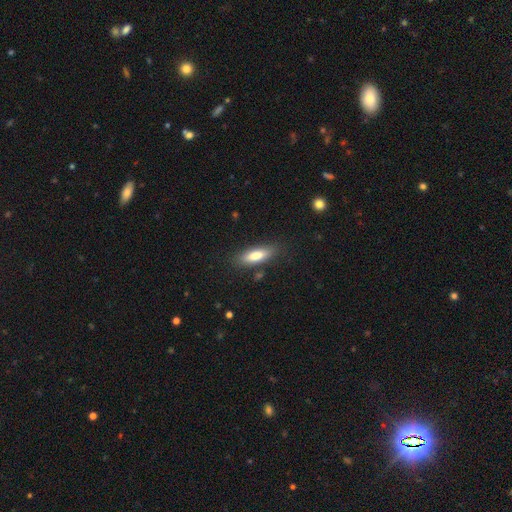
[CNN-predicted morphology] Q: Smooth or featured?
A: smooth (78%); runner-up: featured or disk (16%)
Q: How rounded?
A: in between (54%); runner-up: cigar-shaped (44%)
Q: Merging?
A: none (82%); runner-up: minor disturbance (12%)